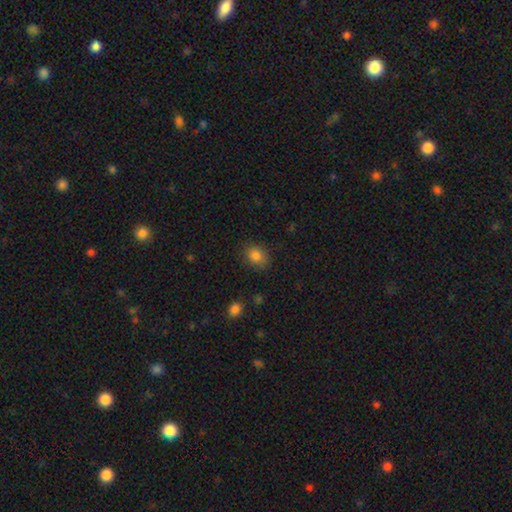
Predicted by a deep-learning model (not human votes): Overall: smooth (84%). How rounded: in between (59%; round 39%). Merging: none (80%).